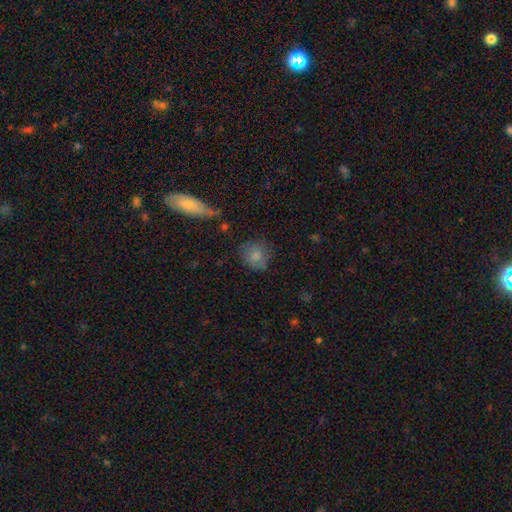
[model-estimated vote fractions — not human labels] Morphology: type=smooth (78%); roundness=round (79%); merging=none (70%).